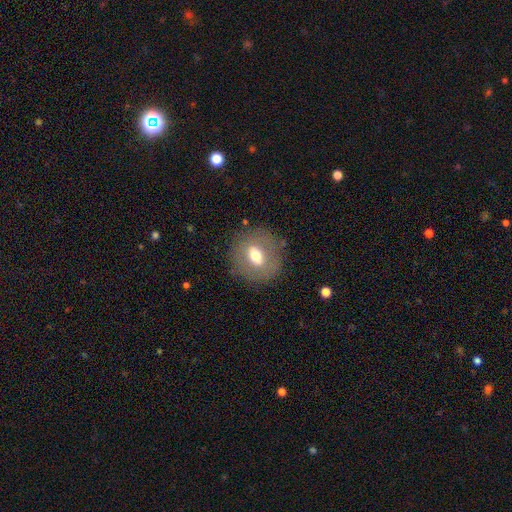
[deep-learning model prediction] Q: Smooth or featured?
A: smooth (50%); runner-up: featured or disk (34%)
Q: How rounded?
A: round (86%); runner-up: in between (13%)
Q: Merging?
A: none (85%); runner-up: minor disturbance (9%)